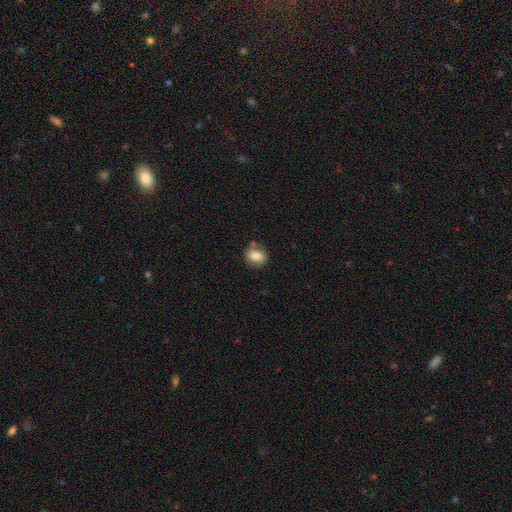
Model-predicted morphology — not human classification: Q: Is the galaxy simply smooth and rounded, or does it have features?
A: smooth — 81%.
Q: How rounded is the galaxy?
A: round — 59%.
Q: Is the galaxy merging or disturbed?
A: none — 74%.